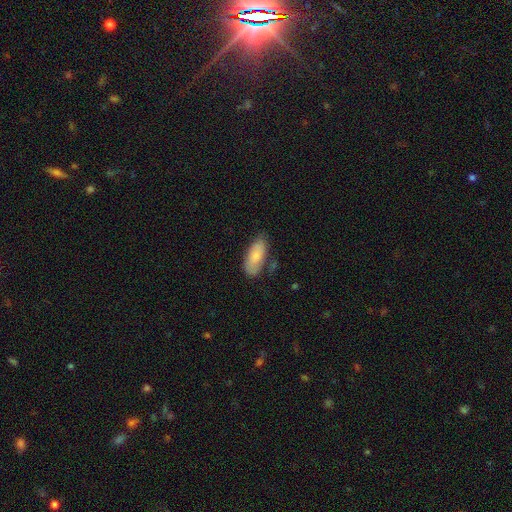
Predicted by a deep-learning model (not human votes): This is likely a smooth galaxy (80%). How rounded: clearly in between (85%). Merging: likely none (66%).